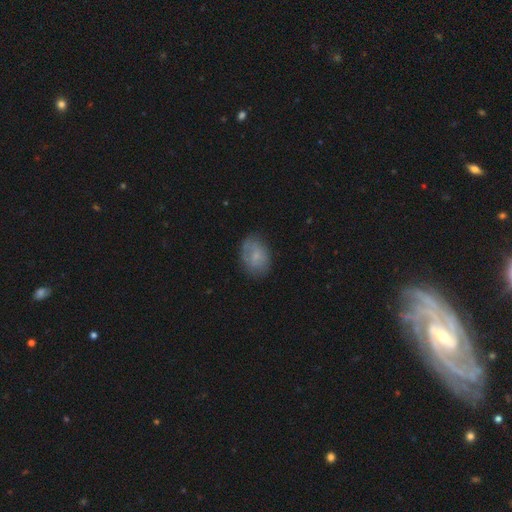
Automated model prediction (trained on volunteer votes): Smooth or featured: smooth — 66% (featured or disk — 26%)
How rounded: in between — 75% (round — 24%)
Merging: none — 69% (minor disturbance — 23%)